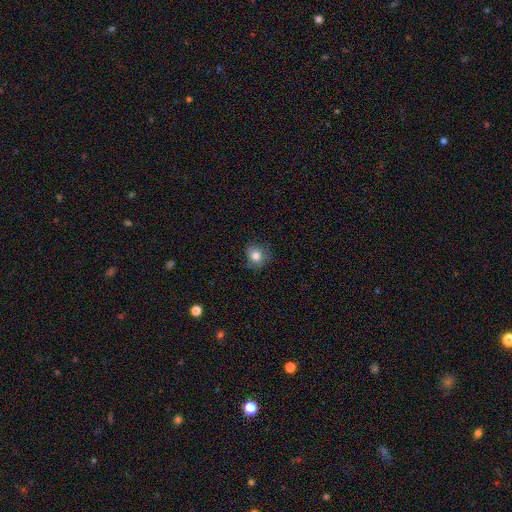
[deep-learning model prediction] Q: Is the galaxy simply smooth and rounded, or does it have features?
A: smooth — 79%.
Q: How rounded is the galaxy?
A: round — 78%.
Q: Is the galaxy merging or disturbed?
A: none — 76%.